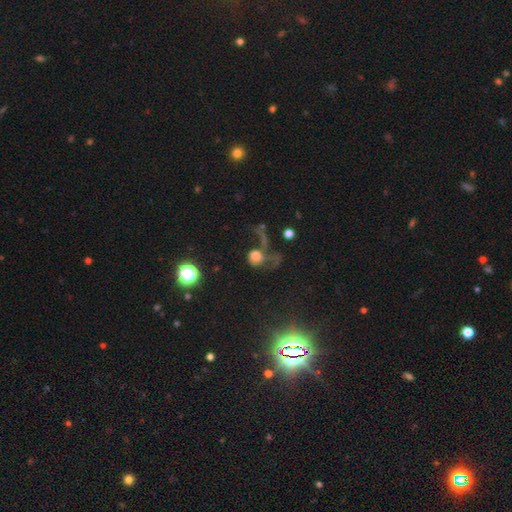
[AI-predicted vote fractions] This is possibly a smooth galaxy (57%). How rounded: likely round (73%). Merging: possibly major disturbance (47%).